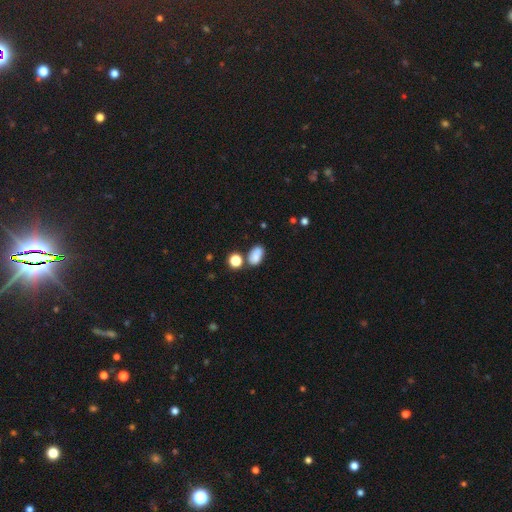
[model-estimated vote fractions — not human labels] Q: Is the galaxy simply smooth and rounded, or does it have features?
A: smooth — 78%.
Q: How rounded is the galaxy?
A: in between — 86%.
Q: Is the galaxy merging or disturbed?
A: none — 57%.